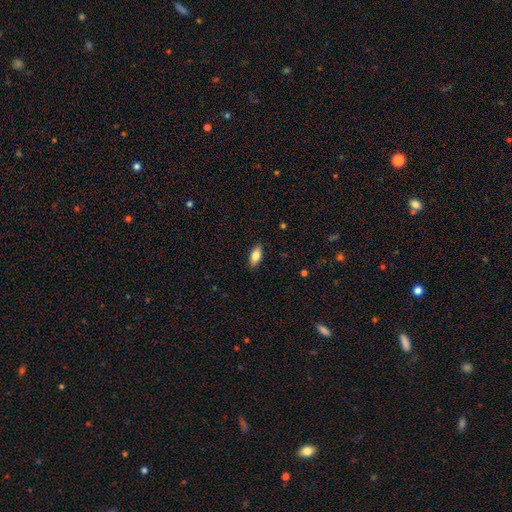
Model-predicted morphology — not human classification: Overall: smooth (83%). How rounded: in between (89%). Merging: none (88%).